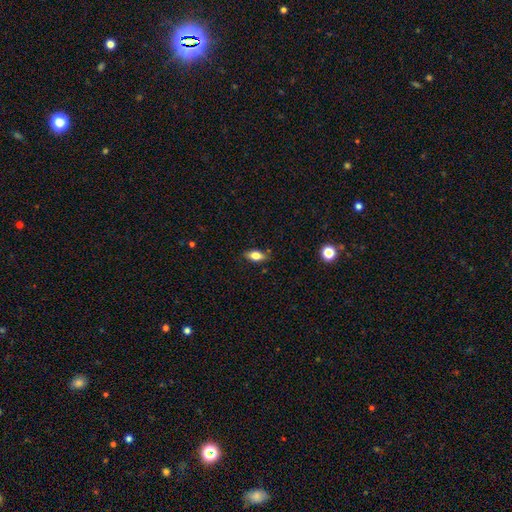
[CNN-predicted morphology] Smooth or featured? smooth (75%)
How rounded? in between (84%)
Merging? none (83%)